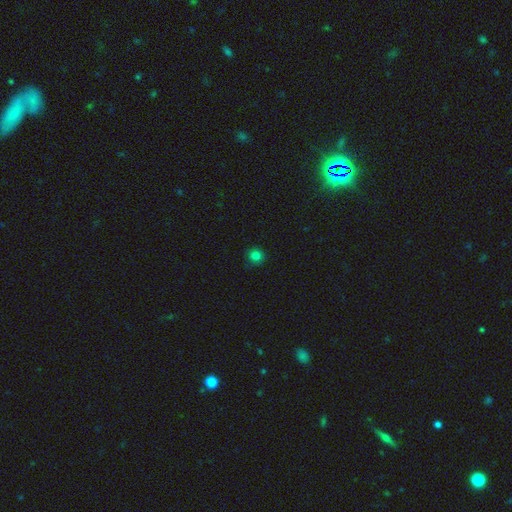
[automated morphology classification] Smooth or featured? Predicted: smooth (p=0.81). How rounded? Predicted: round (p=0.92). Merging? Predicted: none (p=0.88).